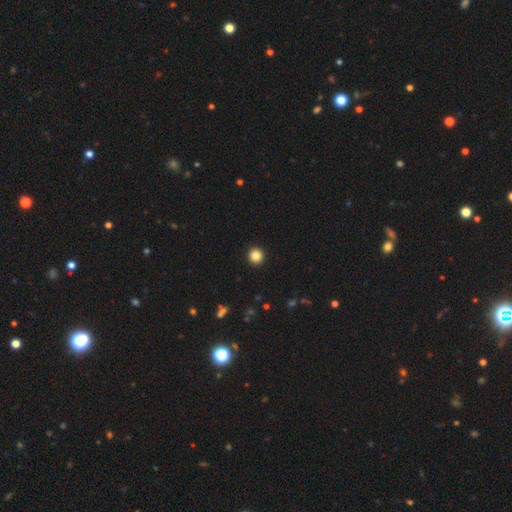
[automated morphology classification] smooth-or-featured: smooth: 84% | star or artifact: 11% | featured or disk: 5%
  how-rounded: round: 96% | in between: 3% | cigar-shaped: 1%
  merging: none: 94% | minor disturbance: 4% | major disturbance: 1% | merger: 1%